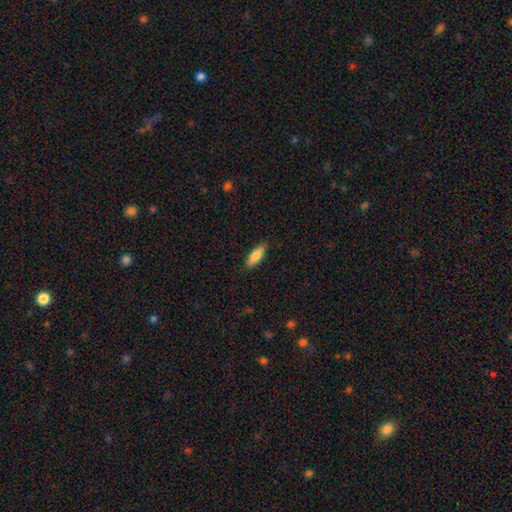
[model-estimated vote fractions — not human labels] smooth_or_featured: smooth (p=0.84) [alt: featured or disk p=0.10]
how_rounded: in between (p=0.65) [alt: cigar-shaped p=0.33]
merging: none (p=0.87) [alt: minor disturbance p=0.10]